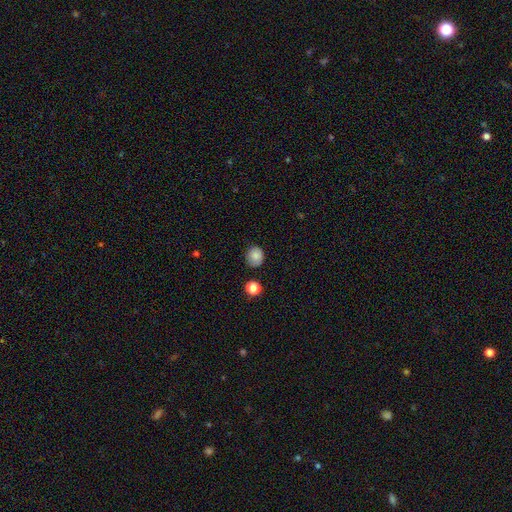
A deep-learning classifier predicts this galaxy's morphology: A smooth galaxy with no disk features (84%) that is round (80%).

Vote fractions:
- Smooth or featured? smooth: 84% / star or artifact: 10% / featured or disk: 6%
- How rounded? round: 80% / in between: 19% / cigar-shaped: 1%
- Merging? none: 80% / minor disturbance: 14% / major disturbance: 3% / merger: 2%